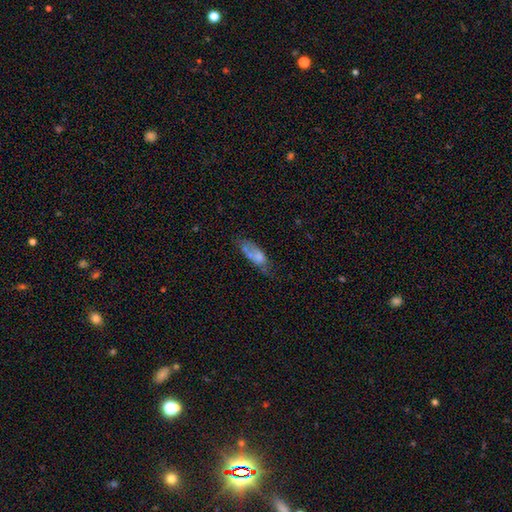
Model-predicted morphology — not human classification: Smooth or featured: smooth — 61% (featured or disk — 30%)
How rounded: in between — 74% (cigar-shaped — 23%)
Merging: none — 41% (minor disturbance — 27%)